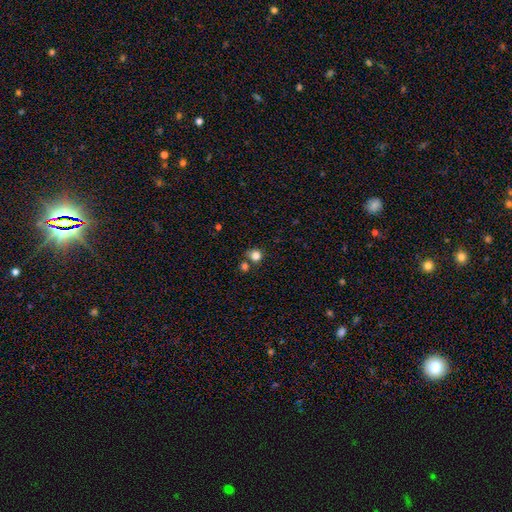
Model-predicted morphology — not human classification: This is clearly a smooth galaxy (82%). How rounded: clearly round (83%). Merging: likely none (64%).